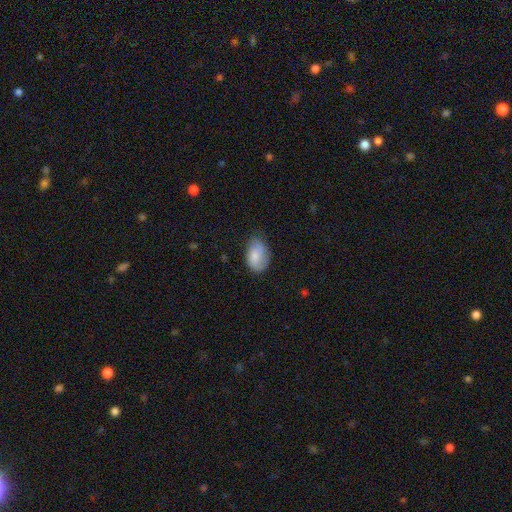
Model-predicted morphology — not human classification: Smooth or featured: smooth — 77% (featured or disk — 16%)
How rounded: in between — 89% (round — 10%)
Merging: none — 61% (minor disturbance — 30%)